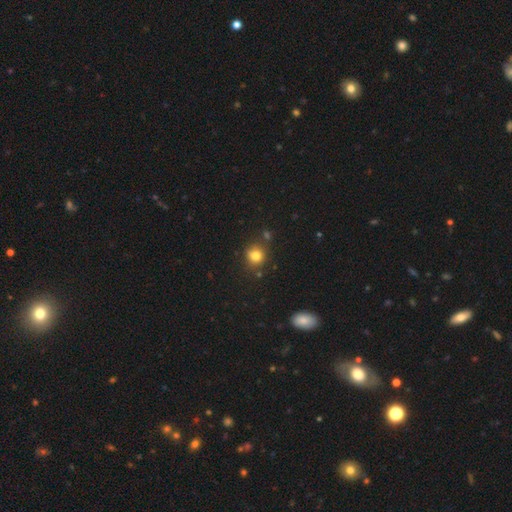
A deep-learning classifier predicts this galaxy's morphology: A smooth galaxy with no disk features (80%) that is round (83%). Merging: none (76%).